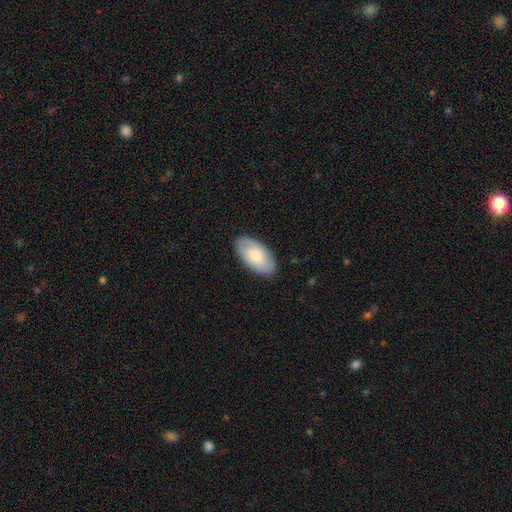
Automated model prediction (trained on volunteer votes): Smooth or featured? Predicted: smooth (p=0.70). How rounded? Predicted: in between (p=0.96). Merging? Predicted: none (p=0.86).